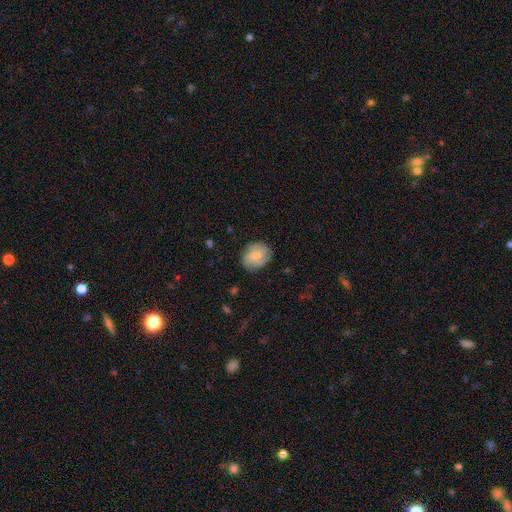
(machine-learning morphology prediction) Smooth or featured? Predicted: smooth (p=0.58). How rounded? Predicted: round (p=0.52). Merging? Predicted: none (p=0.80).